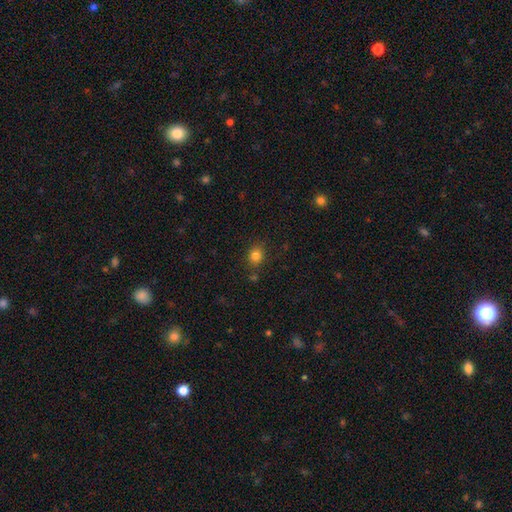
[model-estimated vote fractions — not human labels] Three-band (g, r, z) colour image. It shows a smooth galaxy with no disk features (82%) that is round (72%). Merging: none (82%).